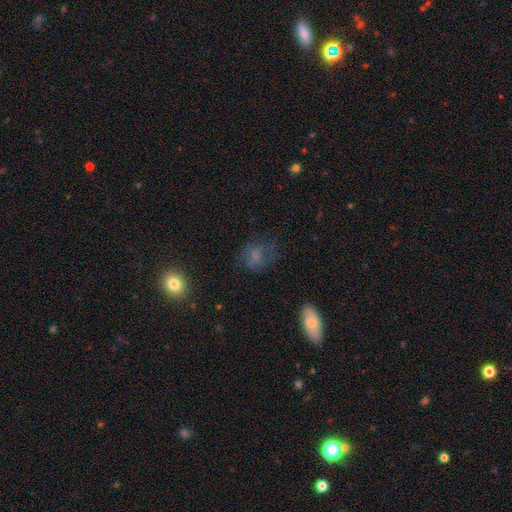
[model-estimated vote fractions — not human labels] Overall: smooth (62%). How rounded: in between (49%, tied with round). Merging: none (56%; minor disturbance 22%).